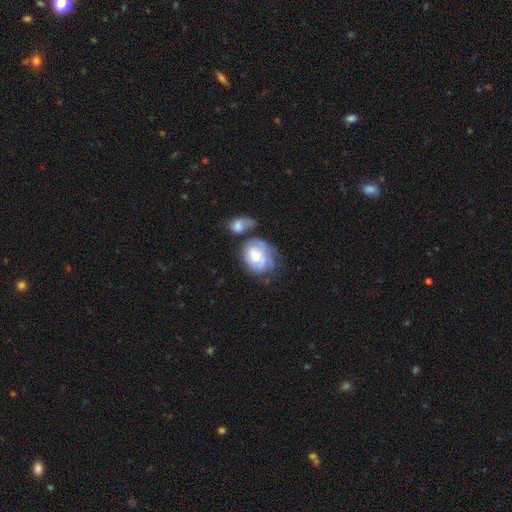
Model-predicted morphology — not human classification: Smooth or featured: featured or disk — 50% (smooth — 43%)
Edge-on disk: no — 96% (yes — 4%)
Merging: merger — 31% (none — 28%)